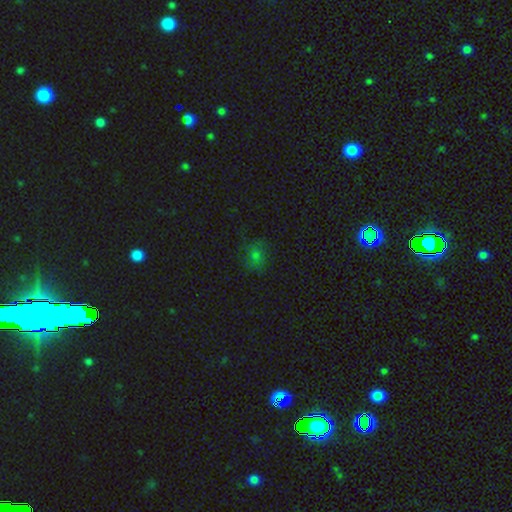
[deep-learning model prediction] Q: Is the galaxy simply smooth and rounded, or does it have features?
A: smooth — 64%.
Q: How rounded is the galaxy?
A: round — 65%.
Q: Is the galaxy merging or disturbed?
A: none — 76%.